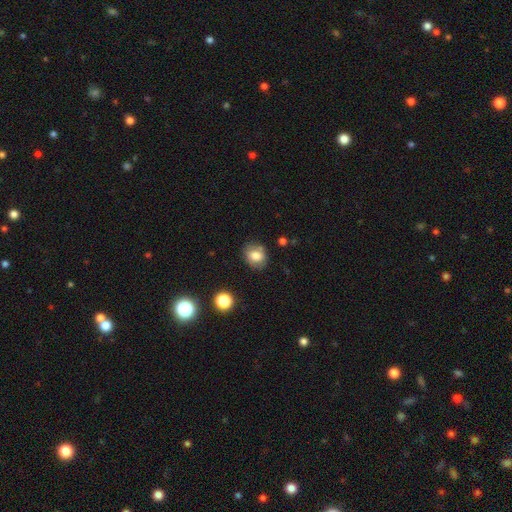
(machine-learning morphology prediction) Smooth or featured?
  - smooth: 76% *
  - featured or disk: 14%
  - star or artifact: 10%
How rounded?
  - round: 55% *
  - in between: 44%
  - cigar-shaped: 1%
Merging?
  - none: 74% *
  - minor disturbance: 17%
  - merger: 5%
  - major disturbance: 4%